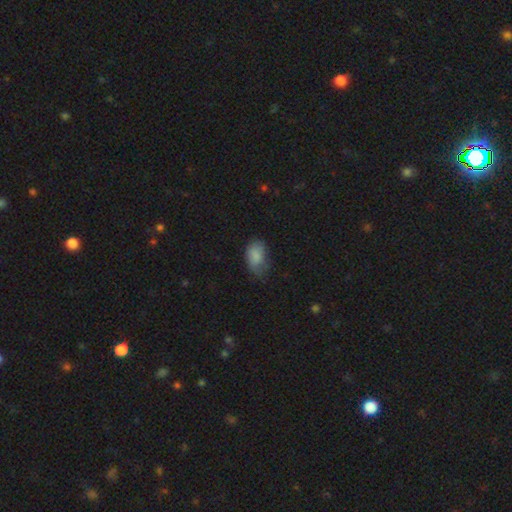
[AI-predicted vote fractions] The model was most divided on "merging": none: 52%, minor disturbance: 35%, major disturbance: 12%, merger: 2%. More confident: how rounded — in between (89%); smooth or featured — smooth (81%).